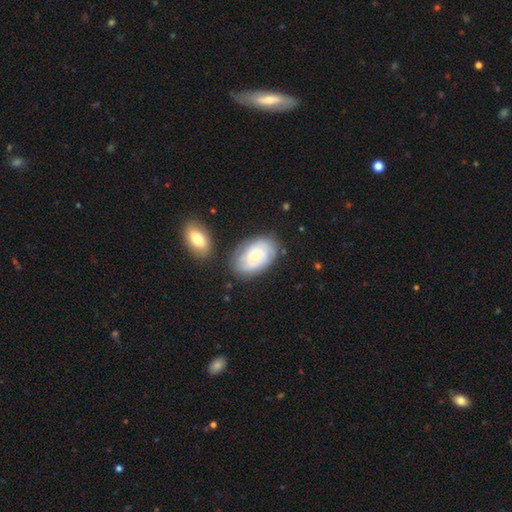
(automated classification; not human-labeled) Smooth or featured?
  - featured or disk: 59% *
  - smooth: 35%
  - star or artifact: 7%
Edge-on disk?
  - no: 96% *
  - yes: 4%
Bar?
  - no: 80% *
  - weak: 17%
  - strong: 3%
Spiral arms?
  - yes: 83% *
  - no: 17%
Bulge size?
  - small: 60% *
  - moderate: 33%
  - large: 4%
  - none: 2%
  - dominant: 1%
Merging?
  - none: 73% *
  - minor disturbance: 17%
  - major disturbance: 5%
  - merger: 5%